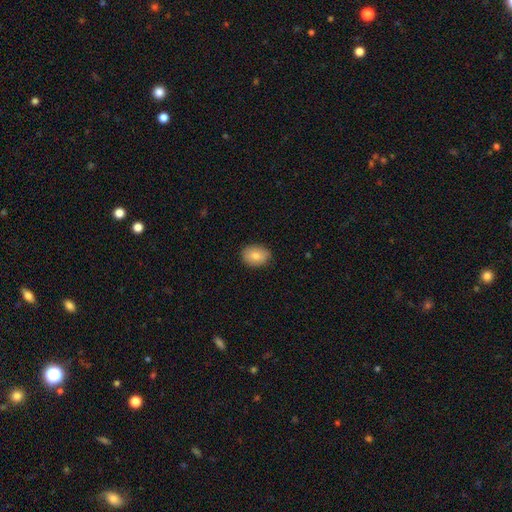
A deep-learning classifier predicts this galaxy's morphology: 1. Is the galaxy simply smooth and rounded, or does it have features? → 83% smooth, 9% featured or disk, 7% star or artifact.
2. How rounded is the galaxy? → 66% in between, 33% round, 1% cigar-shaped.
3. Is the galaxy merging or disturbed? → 85% none, 12% minor disturbance, 2% major disturbance, 1% merger.